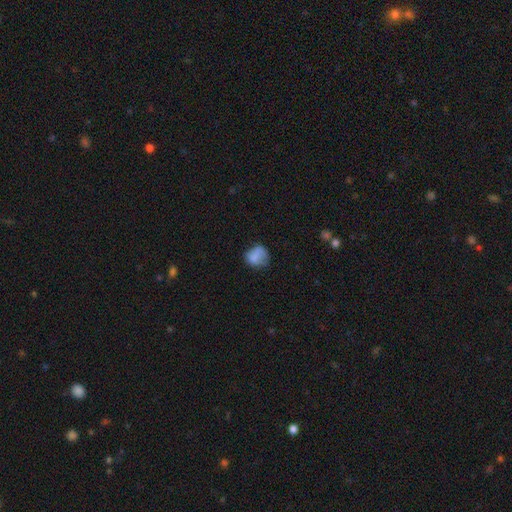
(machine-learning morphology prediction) Smooth or featured?
  - smooth: 75% *
  - featured or disk: 14%
  - star or artifact: 10%
How rounded?
  - round: 61% *
  - in between: 38%
  - cigar-shaped: 1%
Merging?
  - none: 47% *
  - minor disturbance: 33%
  - major disturbance: 17%
  - merger: 3%